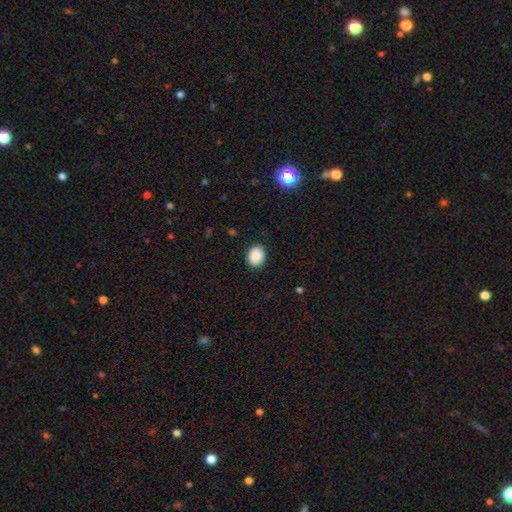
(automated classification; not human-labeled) Morphology: type=smooth (89%); roundness=round (55%); merging=none (87%).